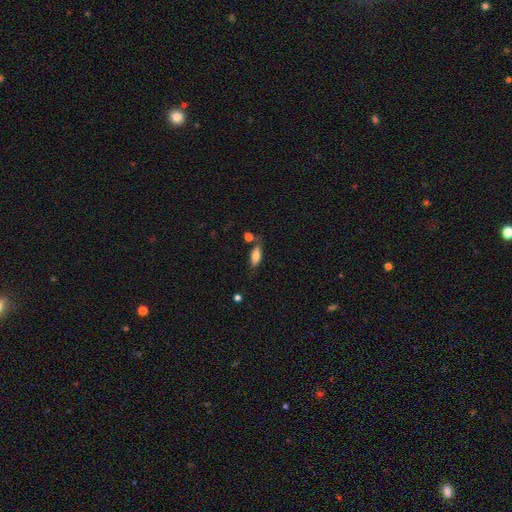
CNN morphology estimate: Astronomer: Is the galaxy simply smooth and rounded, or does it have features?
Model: smooth — 79%.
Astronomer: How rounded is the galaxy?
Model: in between — 78%.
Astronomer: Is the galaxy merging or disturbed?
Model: none — 66%.